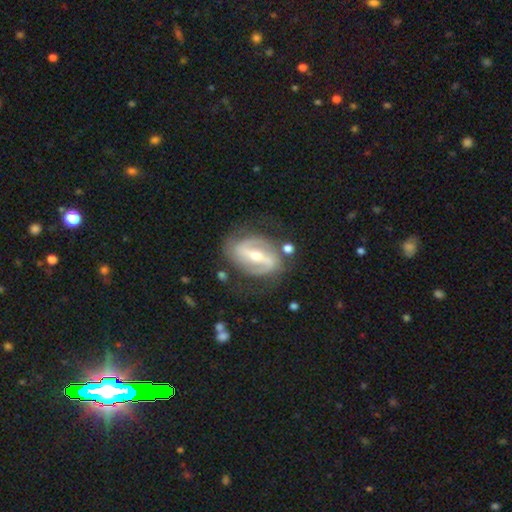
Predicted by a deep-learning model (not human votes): A featured or disk galaxy (87%) with a strong bar (70%), 2 (87%) medium (44%) spiral arms (91%) and a moderate central bulge (57%). Merging: none (75%).